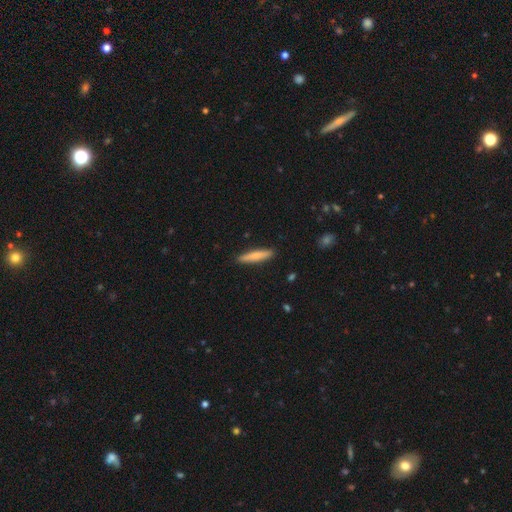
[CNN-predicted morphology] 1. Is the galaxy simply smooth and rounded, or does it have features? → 74% smooth, 21% featured or disk, 5% star or artifact.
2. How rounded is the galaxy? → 88% cigar-shaped, 10% in between, 1% round.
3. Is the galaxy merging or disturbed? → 90% none, 7% minor disturbance, 2% major disturbance, 1% merger.